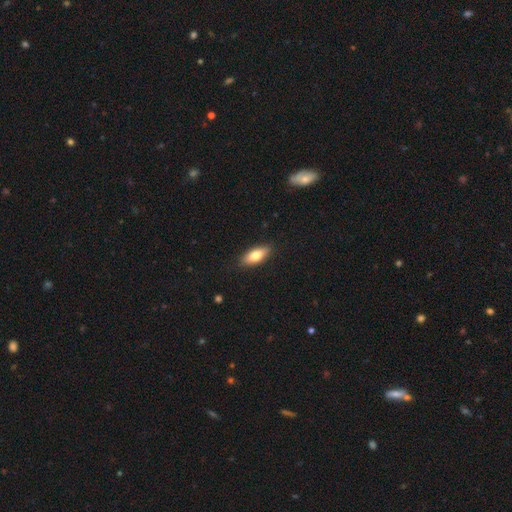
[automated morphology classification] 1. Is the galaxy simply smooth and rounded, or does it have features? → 75% smooth, 18% featured or disk, 6% star or artifact.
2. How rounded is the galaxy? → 77% in between, 21% cigar-shaped, 3% round.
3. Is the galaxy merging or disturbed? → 88% none, 9% minor disturbance, 2% major disturbance, 1% merger.